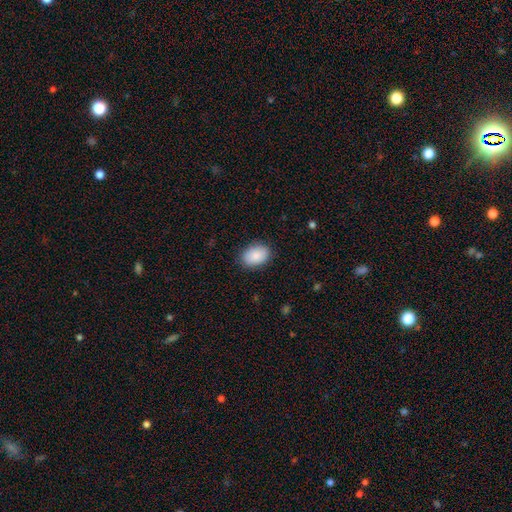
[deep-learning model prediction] Overall: smooth (88%). How rounded: in between (81%). Merging: none (86%).